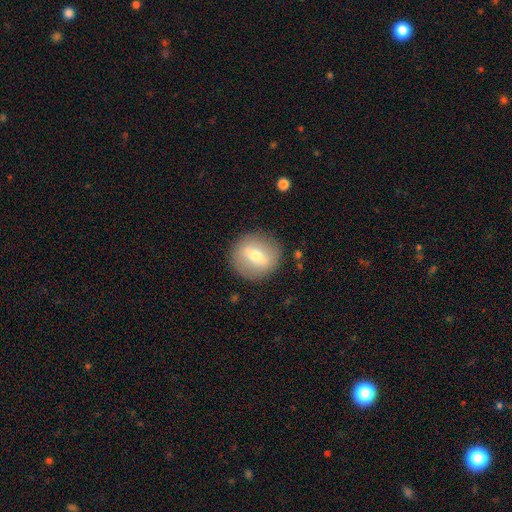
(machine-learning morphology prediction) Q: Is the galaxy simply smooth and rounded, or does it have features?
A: smooth — 55%.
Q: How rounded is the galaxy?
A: round — 87%.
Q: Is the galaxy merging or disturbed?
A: none — 87%.